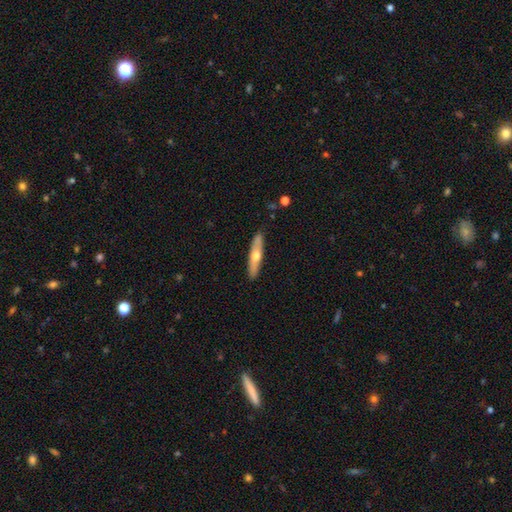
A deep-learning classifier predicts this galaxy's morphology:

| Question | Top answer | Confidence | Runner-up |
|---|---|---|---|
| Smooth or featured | featured or disk | 49% | smooth (46%) |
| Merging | none | 89% | minor disturbance (8%) |